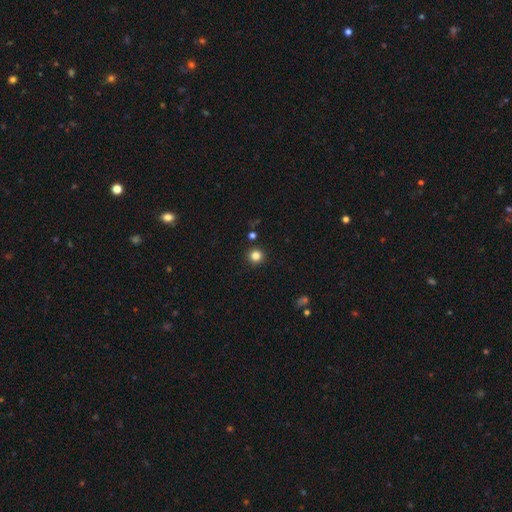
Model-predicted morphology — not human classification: smooth 82%, star or artifact 13%, featured or disk 5%. Down the decision tree: how rounded — round (96%); merging — none (92%).